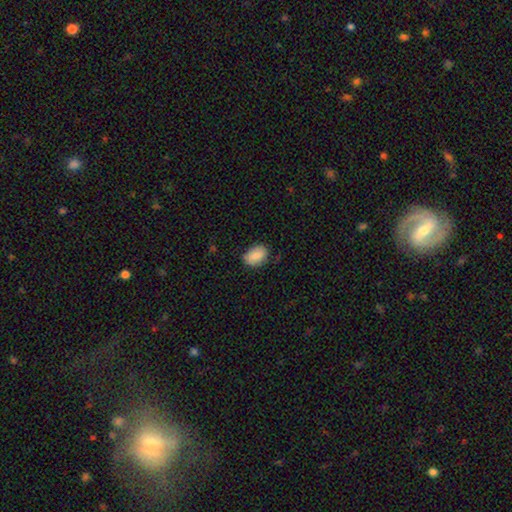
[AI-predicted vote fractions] Morphology: type=smooth (85%); roundness=in between (85%); merging=none (76%).